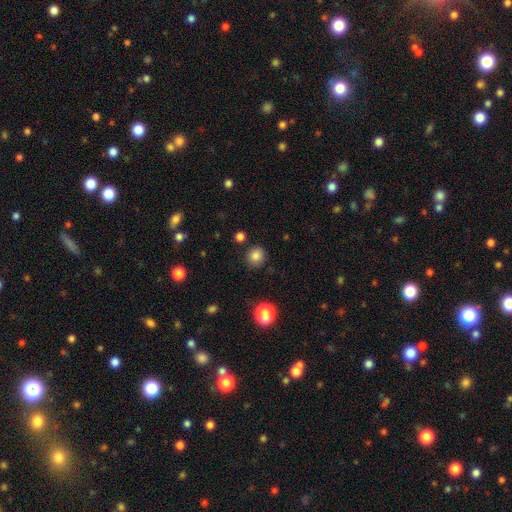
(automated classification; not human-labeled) Morphology: type=smooth (84%); roundness=round (86%); merging=none (86%).